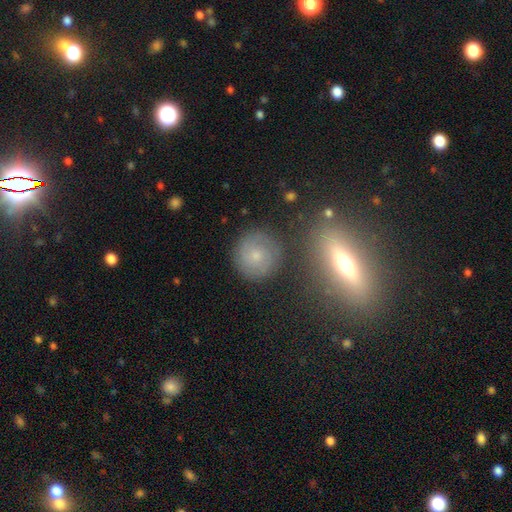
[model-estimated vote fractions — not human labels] This appears to be a smooth galaxy with no disk features (47%). Merging: none (82%).